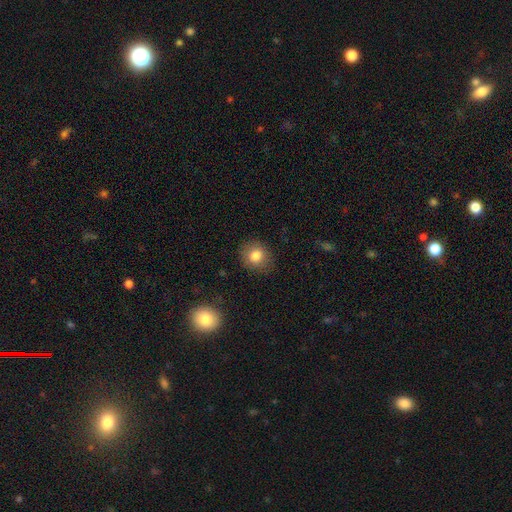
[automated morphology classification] A smooth galaxy with no disk features (81%) that is round (83%). Merging: none (86%).